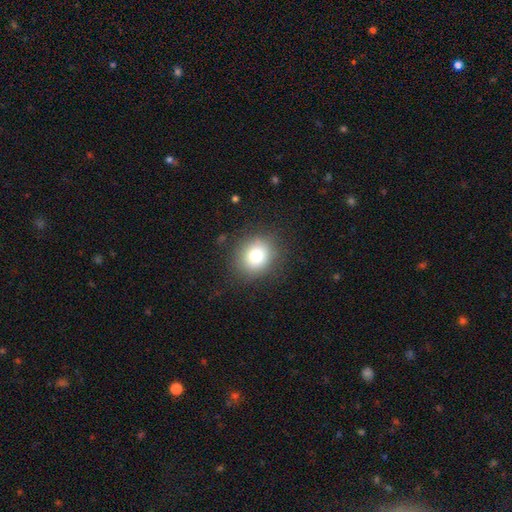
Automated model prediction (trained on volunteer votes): smooth 76%, star or artifact 12%, featured or disk 12%. Down the decision tree: how rounded — round (78%); merging — none (86%).